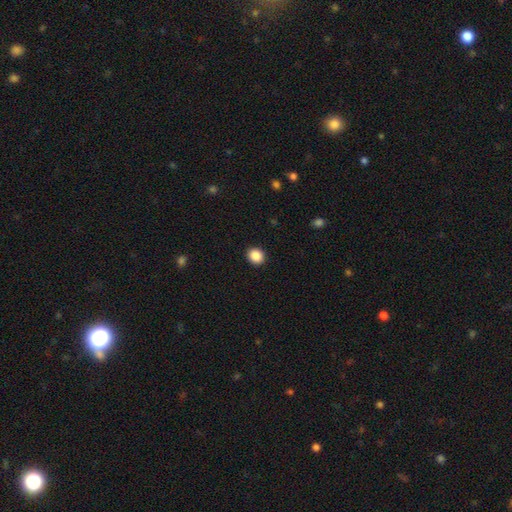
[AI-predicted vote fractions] smooth_or_featured: smooth (p=0.88) [alt: star or artifact p=0.09]
how_rounded: round (p=0.72) [alt: in between p=0.27]
merging: none (p=0.92) [alt: minor disturbance p=0.06]